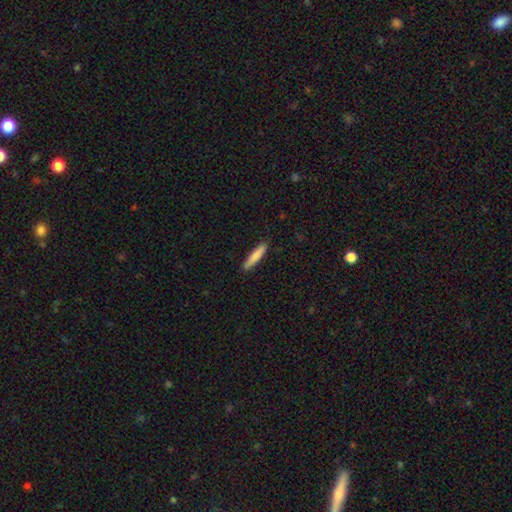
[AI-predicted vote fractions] Smooth or featured?
  - smooth: 82% *
  - featured or disk: 13%
  - star or artifact: 5%
How rounded?
  - cigar-shaped: 91% *
  - in between: 8%
  - round: 1%
Merging?
  - none: 89% *
  - minor disturbance: 9%
  - major disturbance: 2%
  - merger: 1%